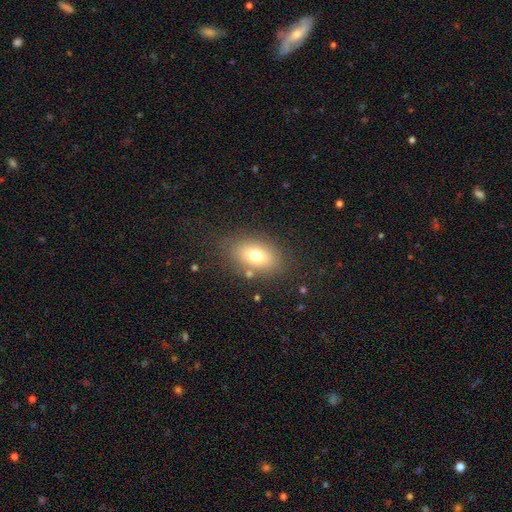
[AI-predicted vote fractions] Smooth or featured? Predicted: smooth (p=0.74). How rounded? Predicted: in between (p=0.86). Merging? Predicted: none (p=0.79).